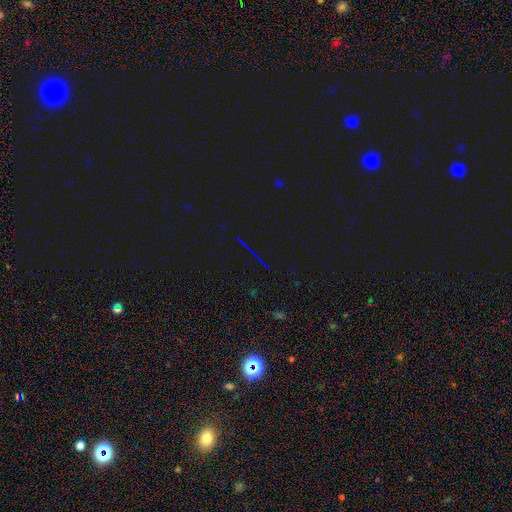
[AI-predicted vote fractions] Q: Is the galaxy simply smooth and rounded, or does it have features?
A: star or artifact — 79%.